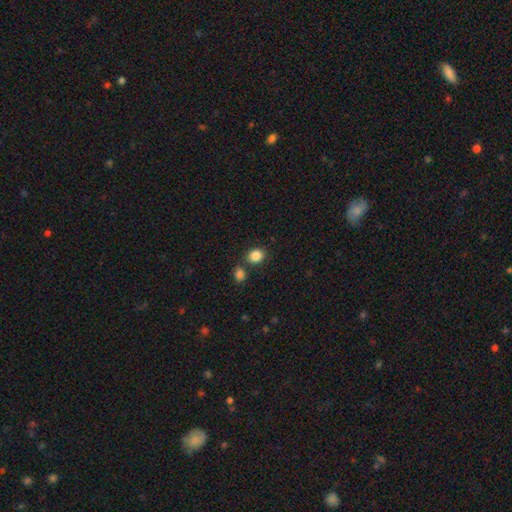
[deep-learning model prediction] smooth_or_featured: smooth (p=0.86) [alt: star or artifact p=0.09]
how_rounded: round (p=0.54) [alt: in between p=0.45]
merging: none (p=0.71) [alt: merger p=0.15]